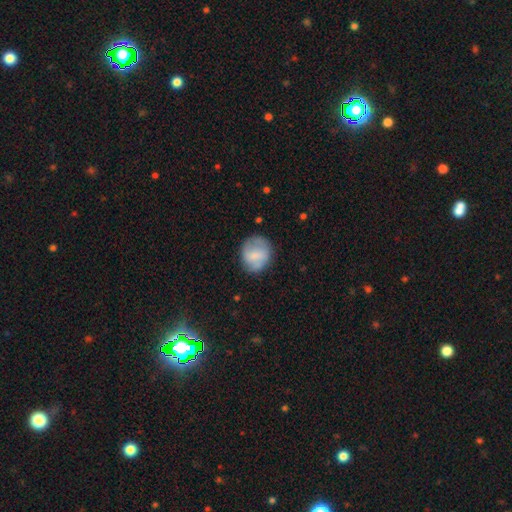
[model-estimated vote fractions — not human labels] Overall: smooth (69%). How rounded: round (75%). Merging: none (70%).